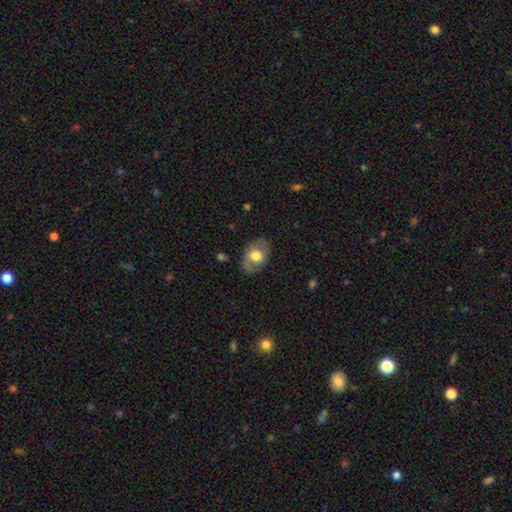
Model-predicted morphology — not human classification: A smooth galaxy with no disk features (56%) that is in between round and cigar-shaped (77%).

Vote fractions:
- Smooth or featured? smooth: 56% / featured or disk: 37% / star or artifact: 7%
- How rounded? in between: 77% / round: 22% / cigar-shaped: 1%
- Merging? none: 77% / minor disturbance: 16% / major disturbance: 6% / merger: 1%